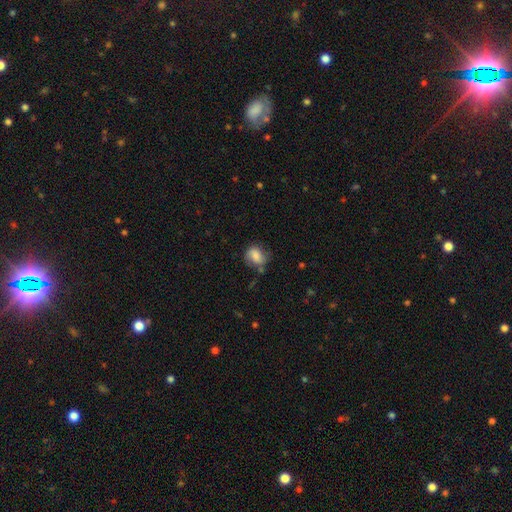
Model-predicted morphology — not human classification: smooth 71%, featured or disk 20%, star or artifact 9%. Down the decision tree: how rounded — round (53%); merging — none (54%).